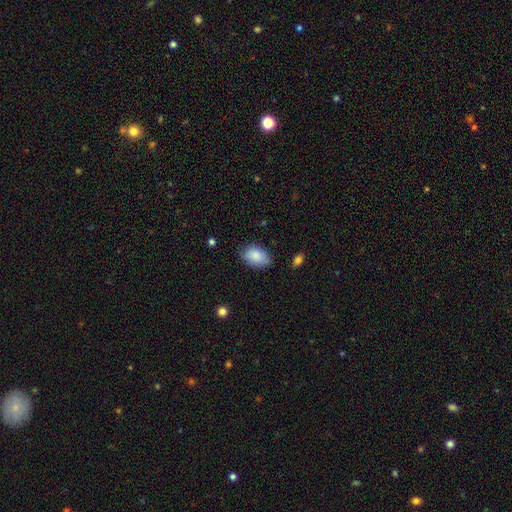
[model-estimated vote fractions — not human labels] This is clearly a smooth galaxy (86%). How rounded: clearly in between (89%). Merging: likely none (76%).